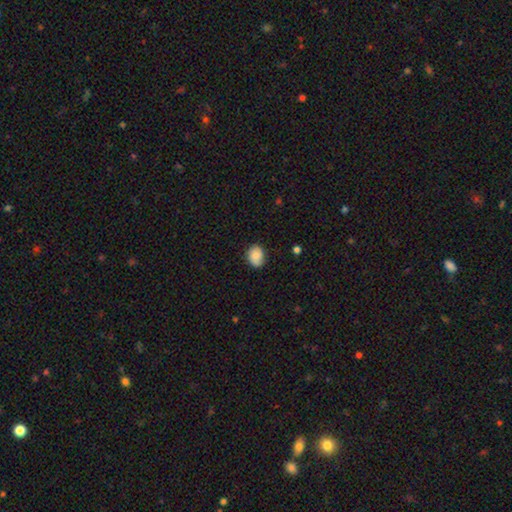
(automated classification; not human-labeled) Morphology: type=smooth (81%); roundness=in between (50%); merging=none (73%).